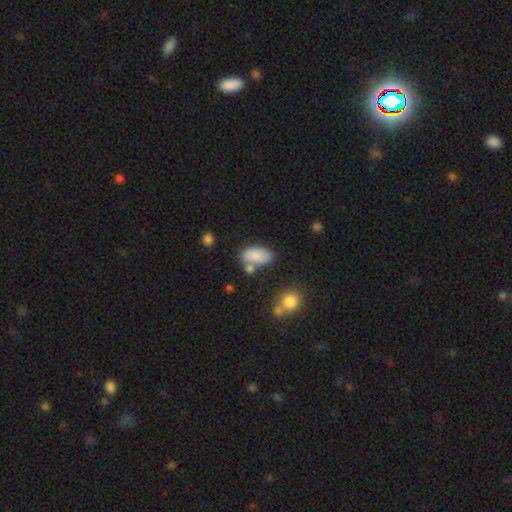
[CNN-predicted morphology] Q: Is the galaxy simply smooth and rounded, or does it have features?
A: smooth — 85%.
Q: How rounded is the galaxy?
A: in between — 93%.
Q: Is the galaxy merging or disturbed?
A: none — 59%.